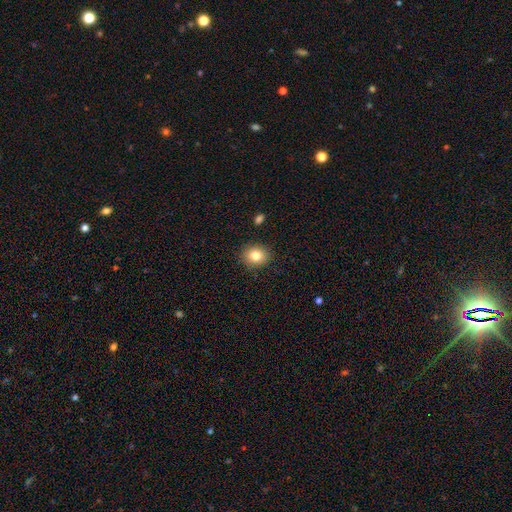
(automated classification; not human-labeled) smooth-or-featured: smooth: 82% | star or artifact: 10% | featured or disk: 8%
  how-rounded: round: 63% | in between: 37% | cigar-shaped: 1%
  merging: none: 89% | minor disturbance: 8% | major disturbance: 2% | merger: 1%